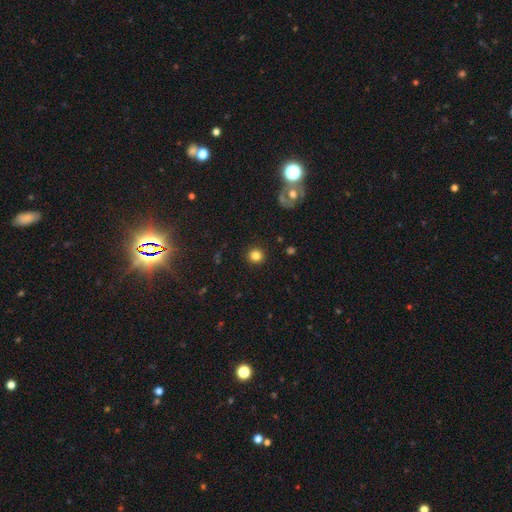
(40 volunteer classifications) Smooth or featured: smooth — 85% (star or artifact — 10%)
How rounded: round — 97% (in between — 3%)
Merging: none — 92% (minor disturbance — 6%)